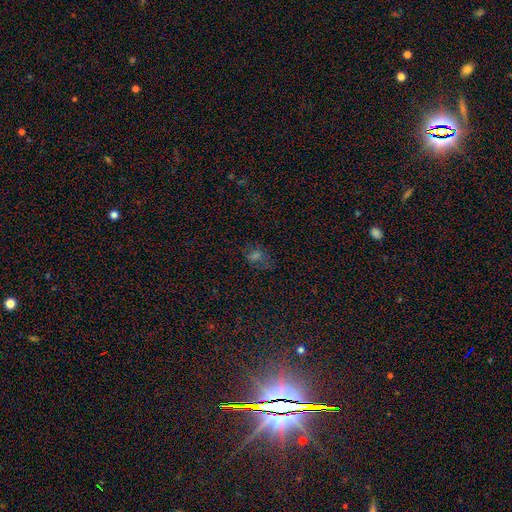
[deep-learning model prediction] Smooth or featured: star or artifact — 44% (smooth — 42%)